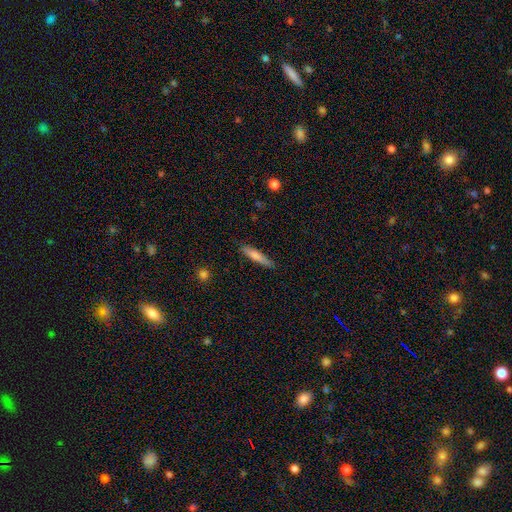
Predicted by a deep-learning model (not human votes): The model was most divided on "smooth or featured": smooth: 73%, featured or disk: 21%, star or artifact: 6%. More confident: how rounded — cigar-shaped (89%); merging — none (84%).